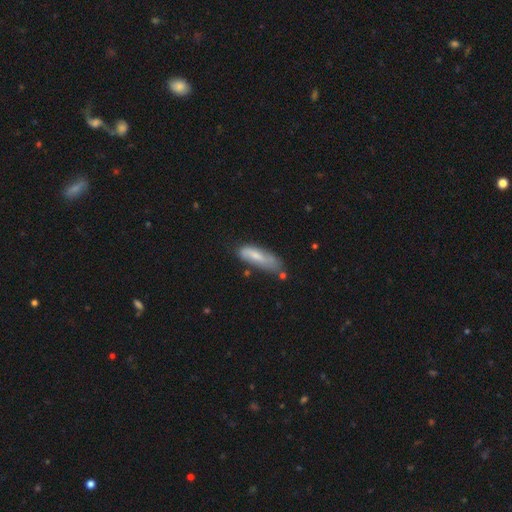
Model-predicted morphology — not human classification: Smooth or featured: smooth — 65% (featured or disk — 28%)
How rounded: in between — 54% (cigar-shaped — 44%)
Merging: none — 46% (minor disturbance — 33%)